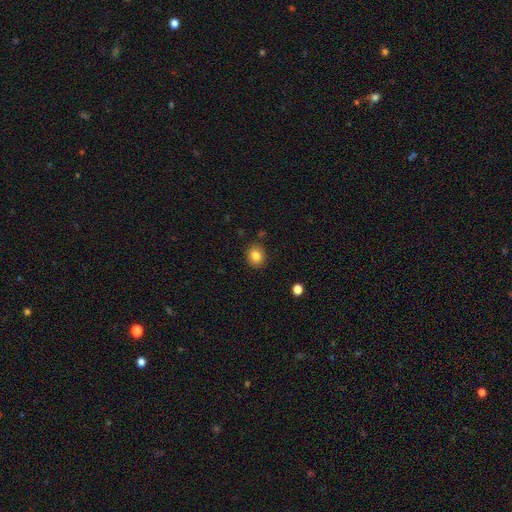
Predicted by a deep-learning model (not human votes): A smooth galaxy with no disk features (83%) that is round (70%).

Vote fractions:
- Smooth or featured? smooth: 83% / star or artifact: 10% / featured or disk: 7%
- How rounded? round: 70% / in between: 29% / cigar-shaped: 1%
- Merging? none: 87% / minor disturbance: 9% / major disturbance: 2% / merger: 2%